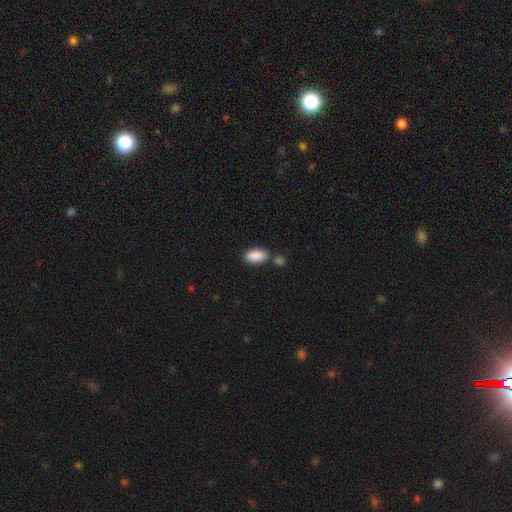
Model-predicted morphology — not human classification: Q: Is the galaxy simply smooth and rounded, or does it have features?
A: smooth — 90%.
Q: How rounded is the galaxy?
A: in between — 94%.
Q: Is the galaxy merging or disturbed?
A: none — 65%.